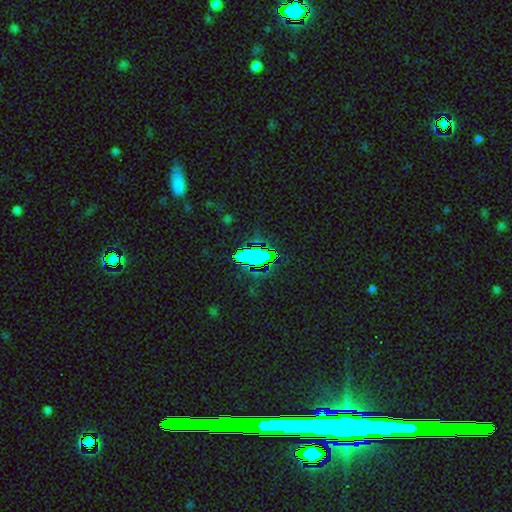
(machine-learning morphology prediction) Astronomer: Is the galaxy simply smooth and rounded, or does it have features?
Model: star or artifact — 61%.